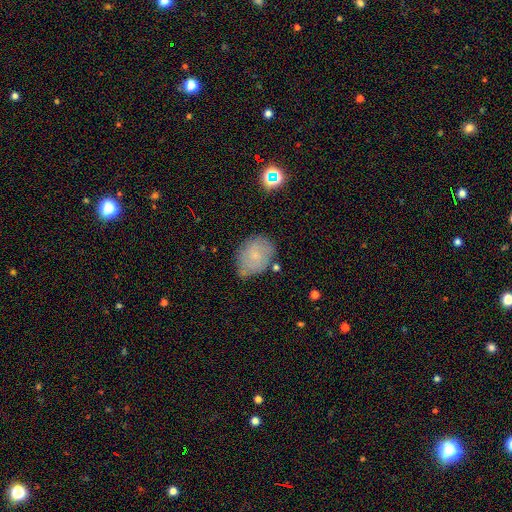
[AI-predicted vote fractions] This appears to be a smooth galaxy with no disk features (56%) that is in between round and cigar-shaped (63%). Merging: none (61%).